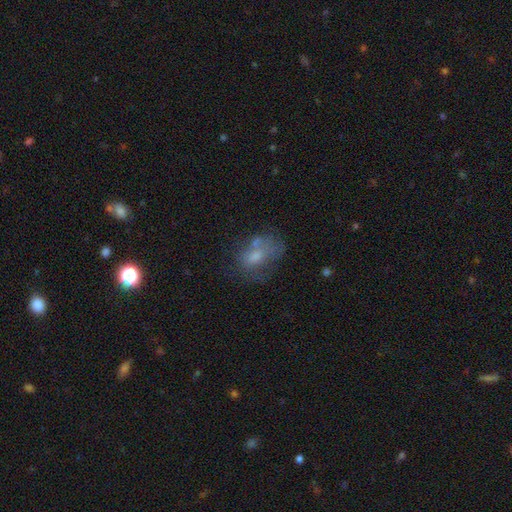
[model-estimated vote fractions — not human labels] smooth-or-featured: smooth: 52% | featured or disk: 32% | star or artifact: 16%
  how-rounded: in between: 72% | round: 26% | cigar-shaped: 2%
  merging: none: 41% | minor disturbance: 22% | major disturbance: 22% | merger: 15%